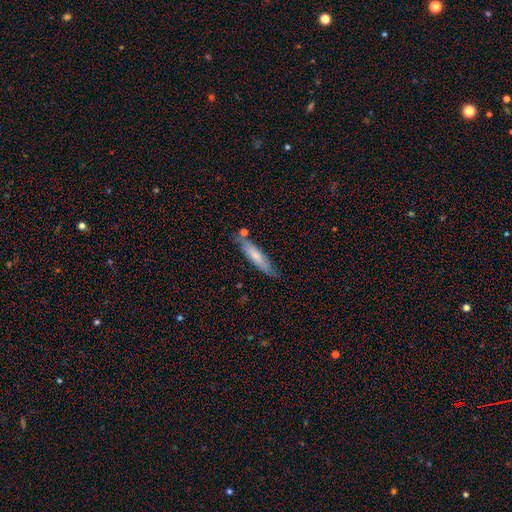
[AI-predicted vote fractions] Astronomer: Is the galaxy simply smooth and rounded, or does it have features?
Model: smooth — 63%.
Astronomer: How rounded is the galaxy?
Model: cigar-shaped — 83%.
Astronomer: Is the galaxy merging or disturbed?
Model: none — 73%.